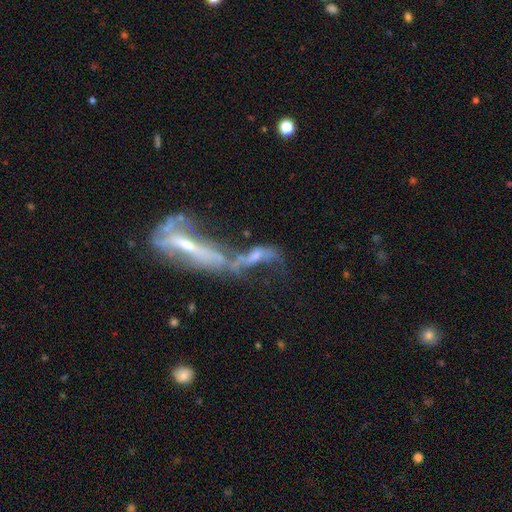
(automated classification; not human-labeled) The model was most divided on "smooth or featured": featured or disk: 47%, smooth: 38%, star or artifact: 15%. More confident: merging — merger (66%).